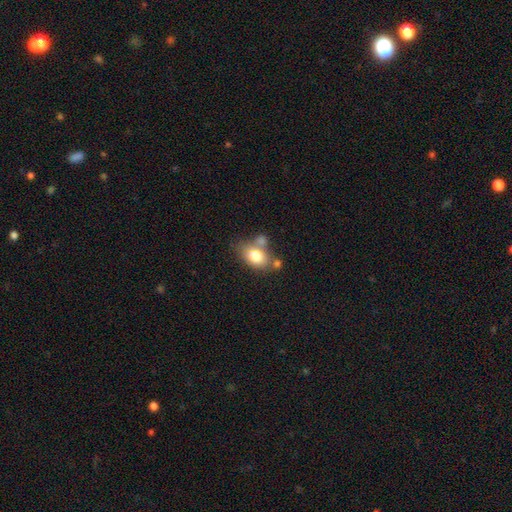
Smooth or featured?
  - smooth: 86% *
  - featured or disk: 11%
  - star or artifact: 3%
How rounded?
  - in between: 75% *
  - round: 25%
  - cigar-shaped: 0%
Merging?
  - none: 50% *
  - merger: 28%
  - minor disturbance: 11%
  - major disturbance: 11%